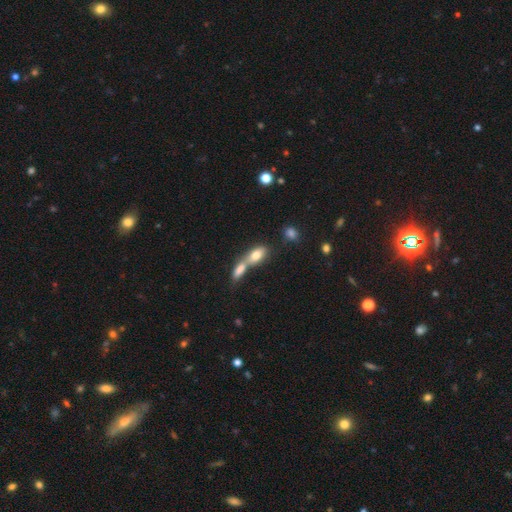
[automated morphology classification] This appears to be a smooth galaxy with no disk features (76%) that is in between round and cigar-shaped (81%). Merging: merger (66%).